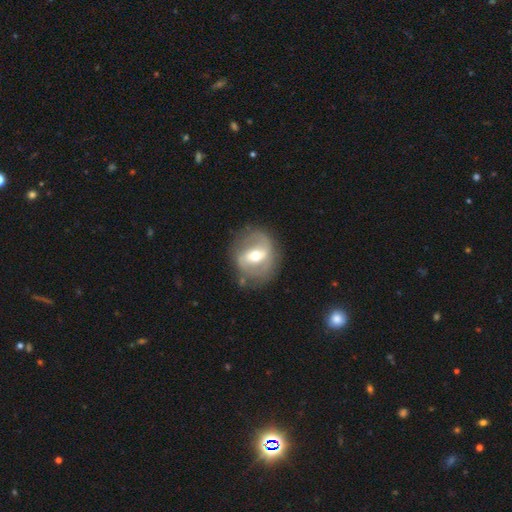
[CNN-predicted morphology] featured or disk 69%, smooth 25%, star or artifact 6%. Down the decision tree: edge-on disk — no (94%); bar — strong (42%); spiral arms — yes (61%); bulge size — moderate (70%); merging — none (74%).